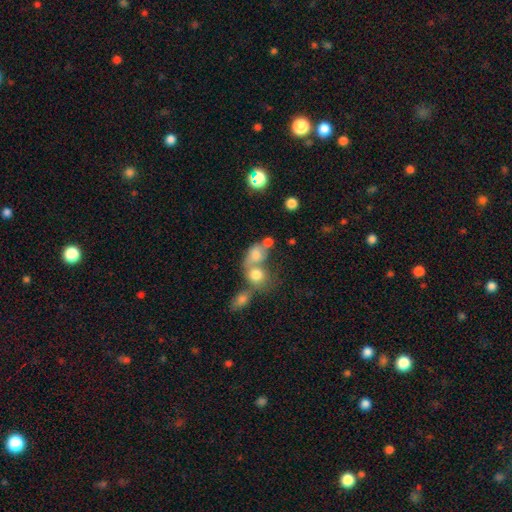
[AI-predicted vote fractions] Smooth or featured? Predicted: smooth (p=0.68). How rounded? Predicted: in between (p=0.50). Merging? Predicted: merger (p=0.59).